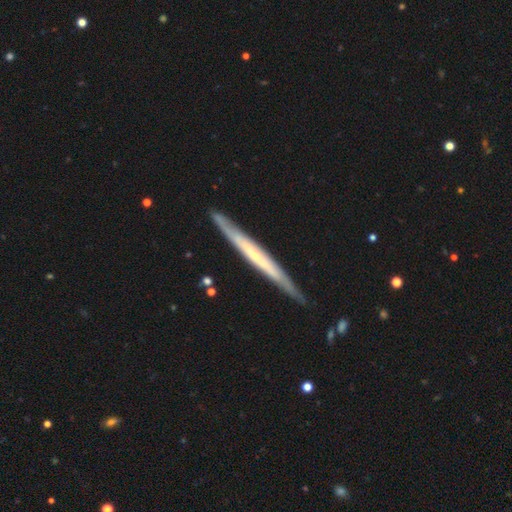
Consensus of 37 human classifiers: This is likely a featured or disk galaxy (73%). It is clearly viewed edge-on (93%). Edge-on bulge: clearly none (84%). Merging: clearly none (91%).